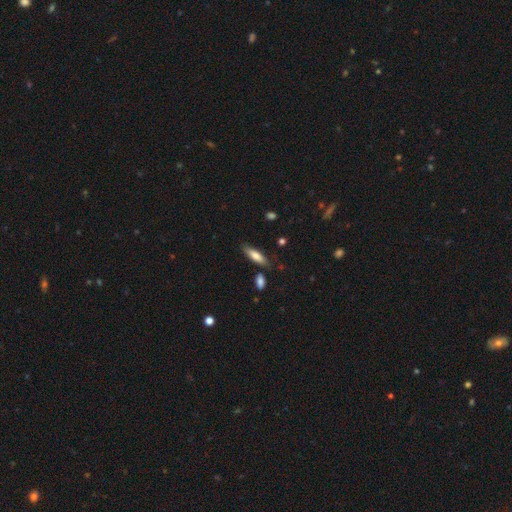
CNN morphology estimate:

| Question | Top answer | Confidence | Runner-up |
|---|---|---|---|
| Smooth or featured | smooth | 74% | featured or disk (20%) |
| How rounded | cigar-shaped | 57% | in between (42%) |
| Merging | none | 78% | minor disturbance (14%) |